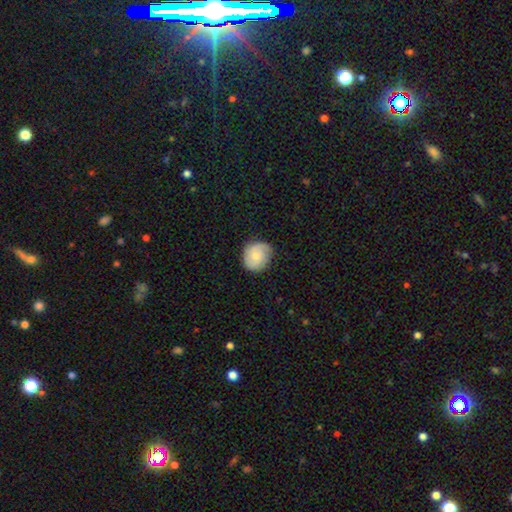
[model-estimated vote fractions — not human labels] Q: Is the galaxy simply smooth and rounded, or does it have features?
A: smooth — 49%.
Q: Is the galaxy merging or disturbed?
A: none — 74%.